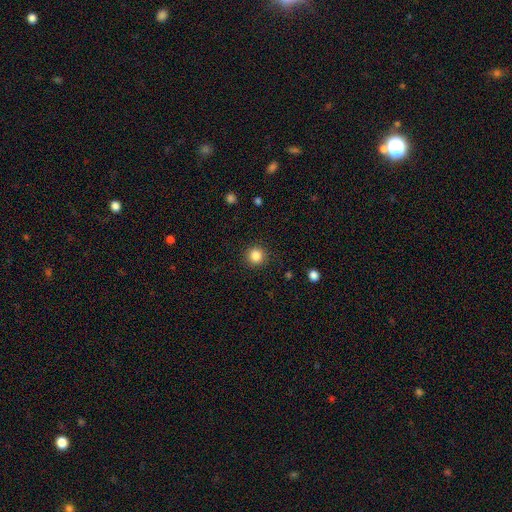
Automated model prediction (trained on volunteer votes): Smooth or featured? smooth (85%)
How rounded? round (94%)
Merging? none (90%)